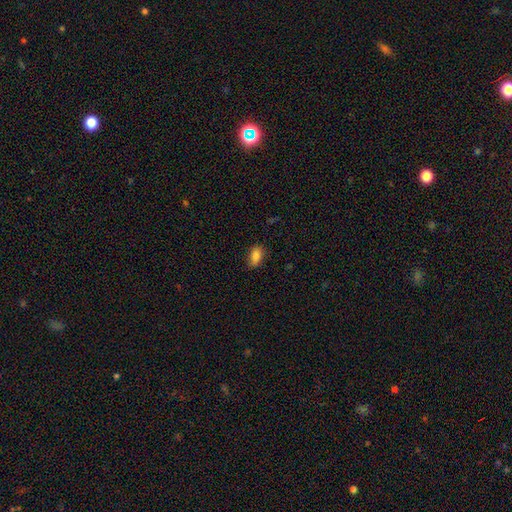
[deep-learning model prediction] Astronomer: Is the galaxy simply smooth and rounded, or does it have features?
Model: smooth — 82%.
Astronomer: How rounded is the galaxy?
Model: in between — 86%.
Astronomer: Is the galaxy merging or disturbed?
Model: none — 71%.